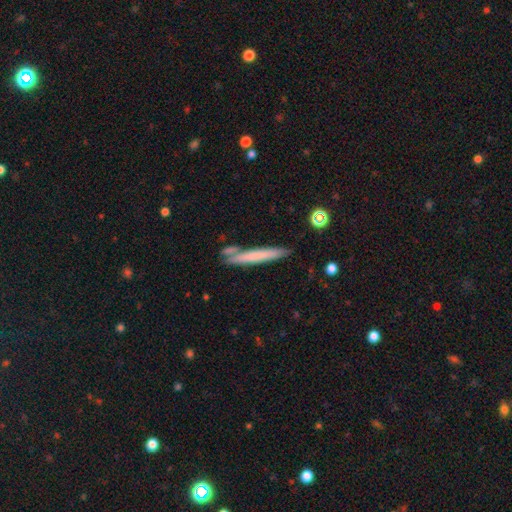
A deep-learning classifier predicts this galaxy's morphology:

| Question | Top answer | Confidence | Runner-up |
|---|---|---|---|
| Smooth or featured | smooth | 64% | featured or disk (30%) |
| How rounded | cigar-shaped | 96% | in between (3%) |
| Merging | none | 77% | minor disturbance (12%) |